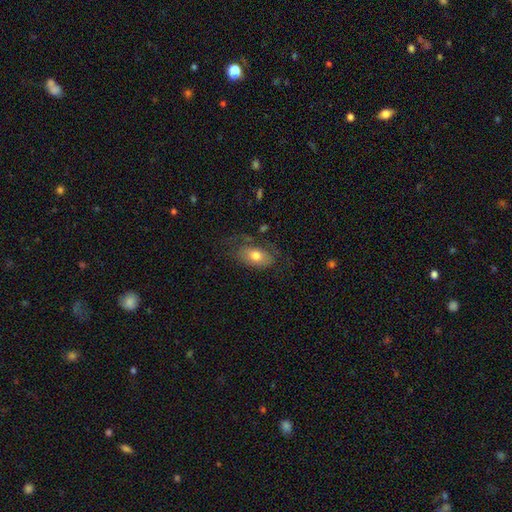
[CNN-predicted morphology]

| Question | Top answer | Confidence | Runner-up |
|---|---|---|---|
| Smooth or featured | smooth | 69% | featured or disk (24%) |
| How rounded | in between | 90% | round (7%) |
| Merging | none | 57% | minor disturbance (25%) |